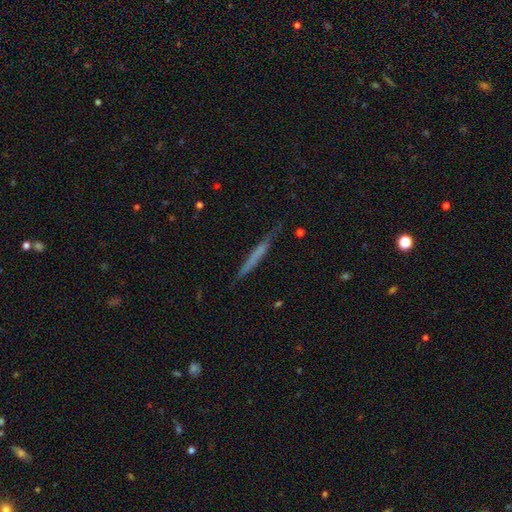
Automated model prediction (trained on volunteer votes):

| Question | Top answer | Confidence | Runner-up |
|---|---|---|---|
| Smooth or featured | featured or disk | 47% | smooth (46%) |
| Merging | none | 79% | minor disturbance (15%) |